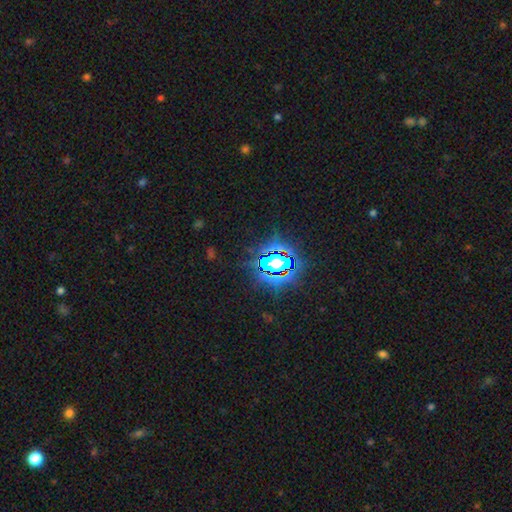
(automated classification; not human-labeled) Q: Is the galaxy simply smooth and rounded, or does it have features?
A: star or artifact — 82%.